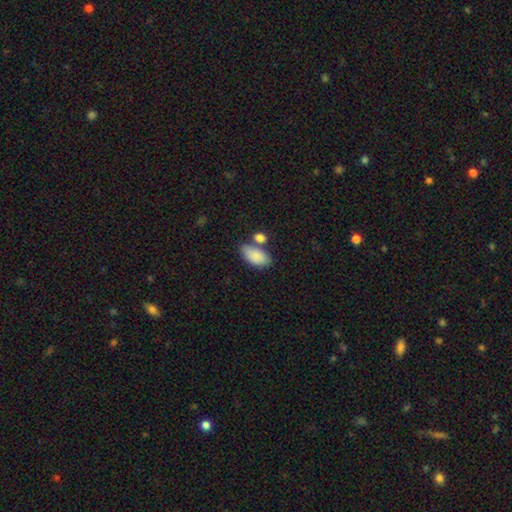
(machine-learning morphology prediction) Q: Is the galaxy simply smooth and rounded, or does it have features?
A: smooth — 87%.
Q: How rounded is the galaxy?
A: in between — 93%.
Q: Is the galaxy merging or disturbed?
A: none — 54%.